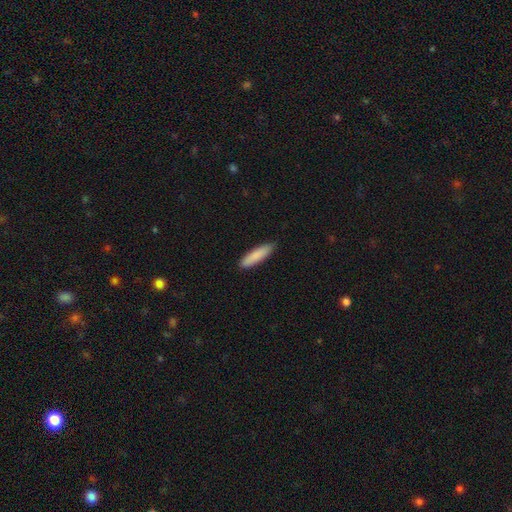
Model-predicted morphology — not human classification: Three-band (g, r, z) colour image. It shows a smooth galaxy with no disk features (87%) that is cigar-shaped (76%). Merging: none (87%).